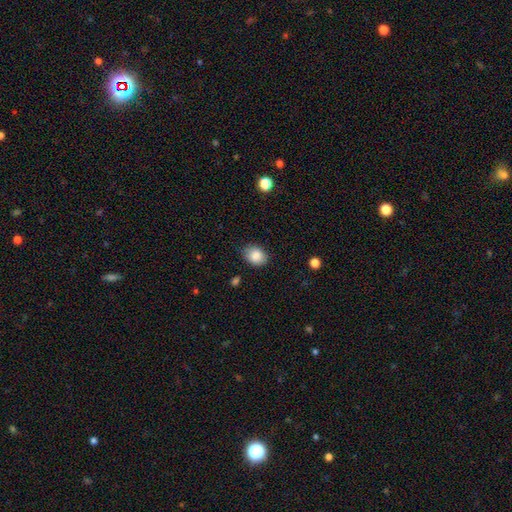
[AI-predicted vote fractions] The model was most divided on "how rounded": in between: 60%, round: 39%, cigar-shaped: 1%. More confident: smooth or featured — smooth (87%); merging — none (80%).